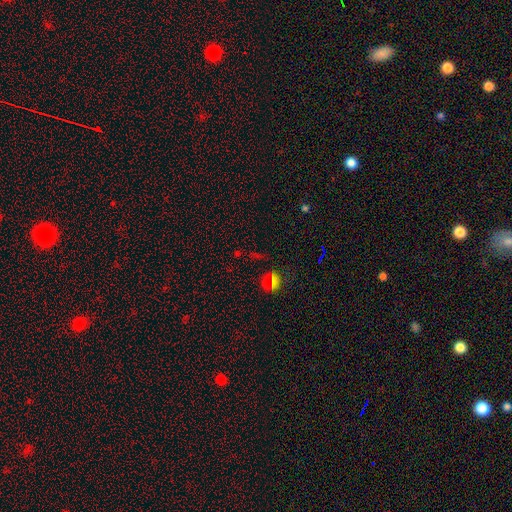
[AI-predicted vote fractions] A star or artifact, not a galaxy (52%).